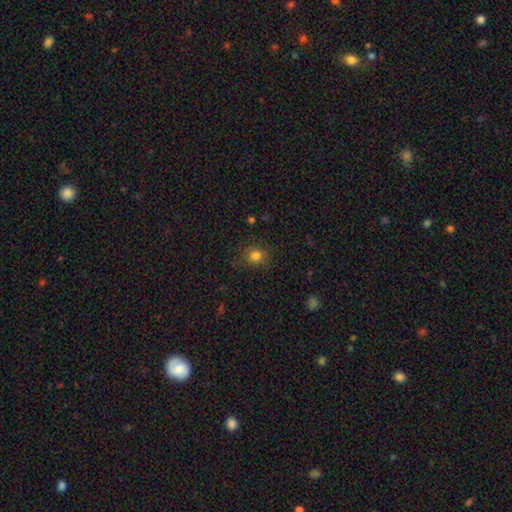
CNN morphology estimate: This appears to be a smooth galaxy with no disk features (81%) that is round (79%). Merging: none (83%).